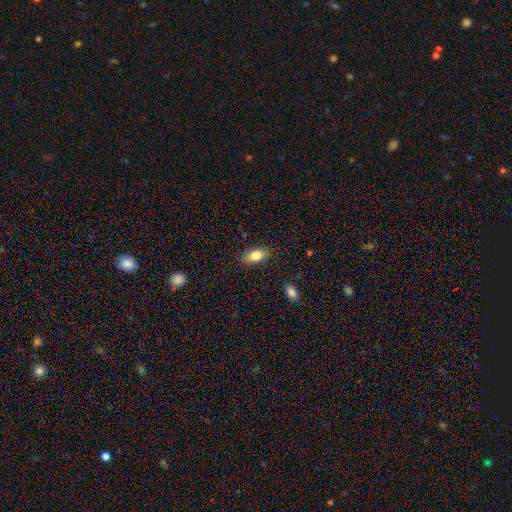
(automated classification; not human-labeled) This appears to be a smooth galaxy with no disk features (81%) that is in between round and cigar-shaped (87%). Merging: none (85%).